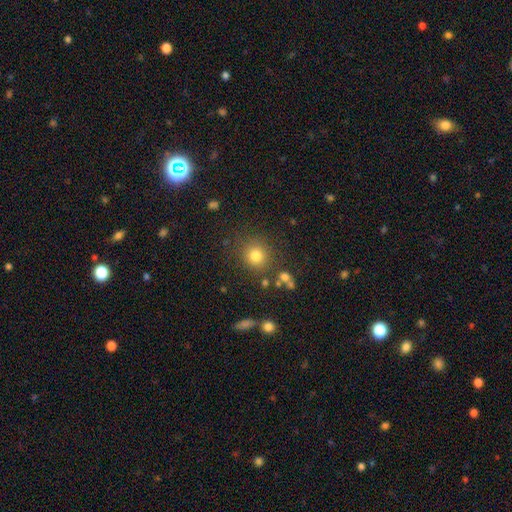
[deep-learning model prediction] smooth_or_featured: smooth (p=0.80) [alt: star or artifact p=0.14]
how_rounded: round (p=0.88) [alt: in between p=0.11]
merging: none (p=0.81) [alt: minor disturbance p=0.10]